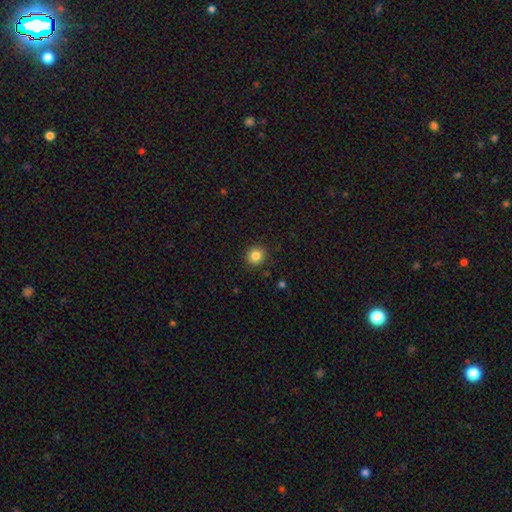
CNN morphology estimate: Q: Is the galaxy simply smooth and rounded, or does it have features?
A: smooth — 84%.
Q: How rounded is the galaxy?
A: round — 91%.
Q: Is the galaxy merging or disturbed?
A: none — 90%.